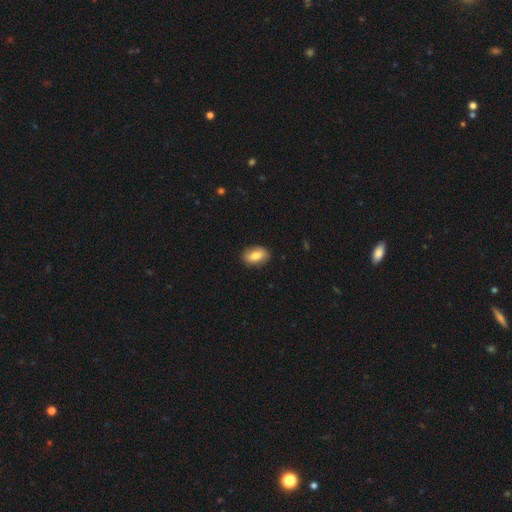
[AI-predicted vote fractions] Smooth or featured? Predicted: smooth (p=0.78). How rounded? Predicted: in between (p=0.87). Merging? Predicted: none (p=0.88).